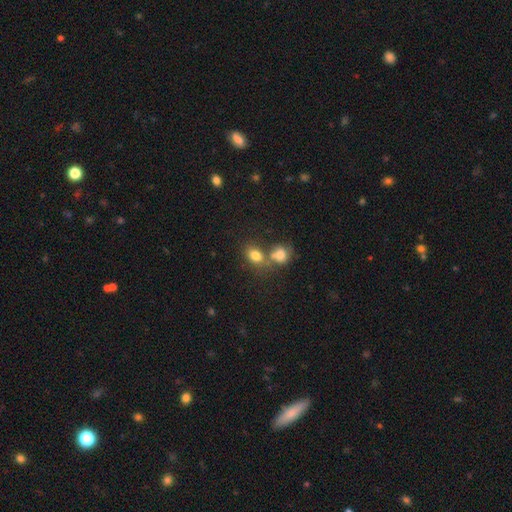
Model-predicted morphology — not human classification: Smooth or featured?
  - smooth: 79% *
  - star or artifact: 11%
  - featured or disk: 10%
How rounded?
  - in between: 66% *
  - round: 33%
  - cigar-shaped: 2%
Merging?
  - none: 43% * (tied)
  - merger: 43% * (tied)
  - minor disturbance: 10%
  - major disturbance: 4%